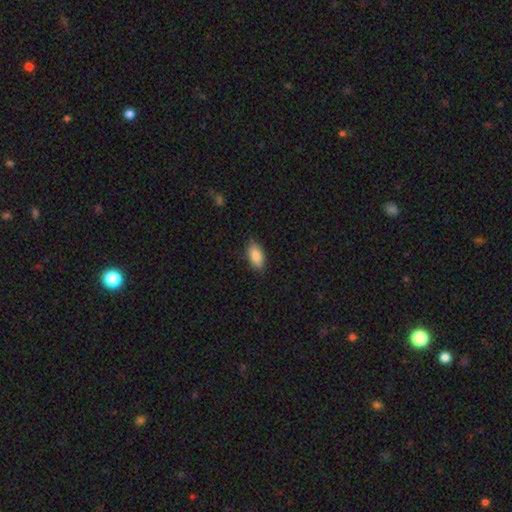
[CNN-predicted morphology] Smooth or featured?
  - smooth: 88% *
  - star or artifact: 6%
  - featured or disk: 6%
How rounded?
  - in between: 92% *
  - cigar-shaped: 5%
  - round: 3%
Merging?
  - none: 83% *
  - minor disturbance: 13%
  - major disturbance: 3%
  - merger: 1%